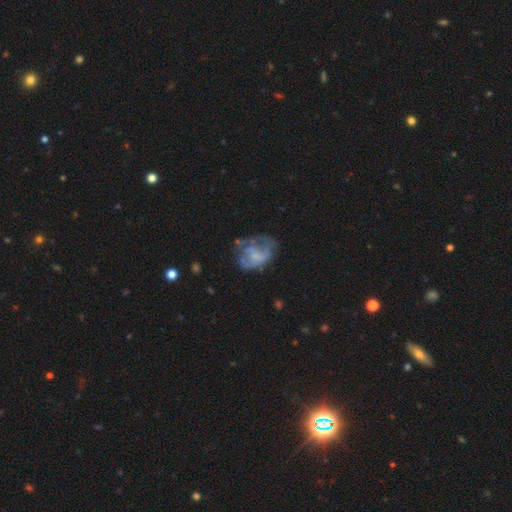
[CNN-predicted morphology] smooth-or-featured: featured or disk: 59% | smooth: 32% | star or artifact: 10%
  disk-edge-on: no: 98% | yes: 2%
    bar: no: 75% | weak: 21% | strong: 4%
    has-spiral-arms: no: 52% | yes: 48%
    bulge-size: none: 57% | small: 20% | moderate: 15% | large: 6% | dominant: 2%
  merging: none: 38% | major disturbance: 33% | minor disturbance: 25% | merger: 4%